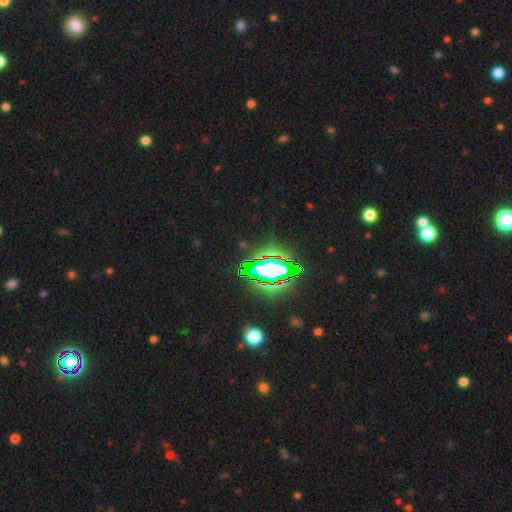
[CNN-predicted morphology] Smooth or featured?
  - star or artifact: 77% *
  - smooth: 13%
  - featured or disk: 10%